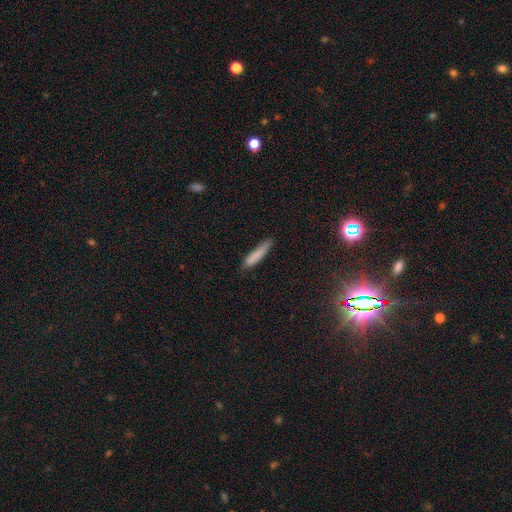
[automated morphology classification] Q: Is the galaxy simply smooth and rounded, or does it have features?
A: smooth — 83%.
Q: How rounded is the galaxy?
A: cigar-shaped — 88%.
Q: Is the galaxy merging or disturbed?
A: none — 80%.